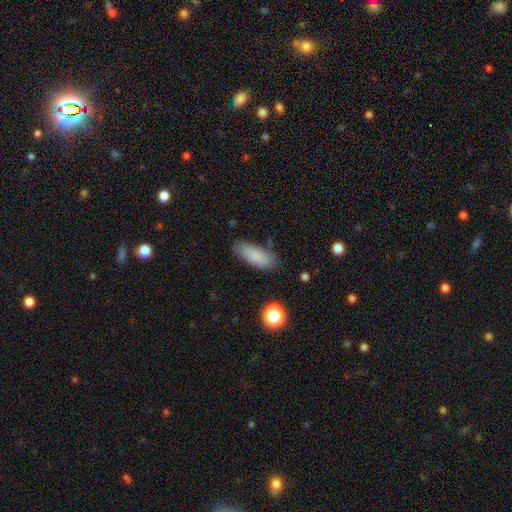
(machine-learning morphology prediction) Smooth or featured?
  - smooth: 85% *
  - star or artifact: 9%
  - featured or disk: 7%
How rounded?
  - in between: 72% *
  - cigar-shaped: 26%
  - round: 2%
Merging?
  - none: 74% *
  - minor disturbance: 18%
  - major disturbance: 5%
  - merger: 3%